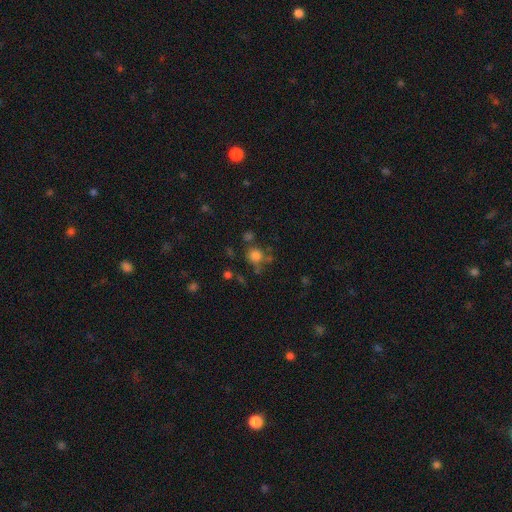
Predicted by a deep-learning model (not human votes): The model was most divided on "merging": none: 66%, merger: 14%, minor disturbance: 14%, major disturbance: 6%. More confident: how rounded — round (88%); smooth or featured — smooth (77%).